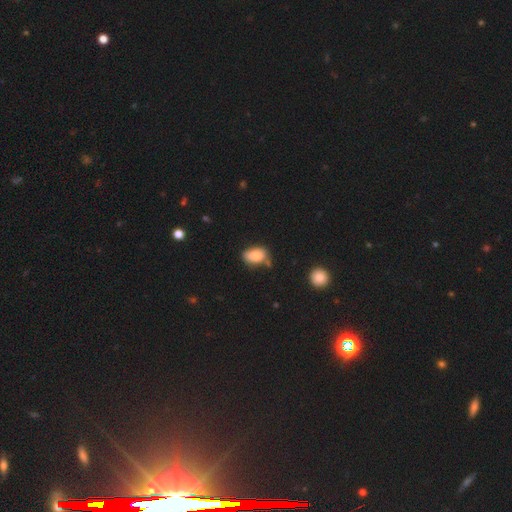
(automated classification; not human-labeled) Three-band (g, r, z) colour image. It shows a smooth galaxy with no disk features (84%) that is in between round and cigar-shaped (87%). Merging: none (61%).